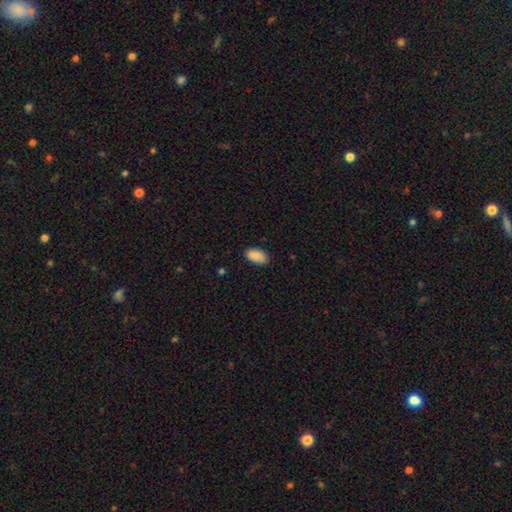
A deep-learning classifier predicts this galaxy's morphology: Smooth or featured? smooth (88%)
How rounded? in between (94%)
Merging? none (83%)